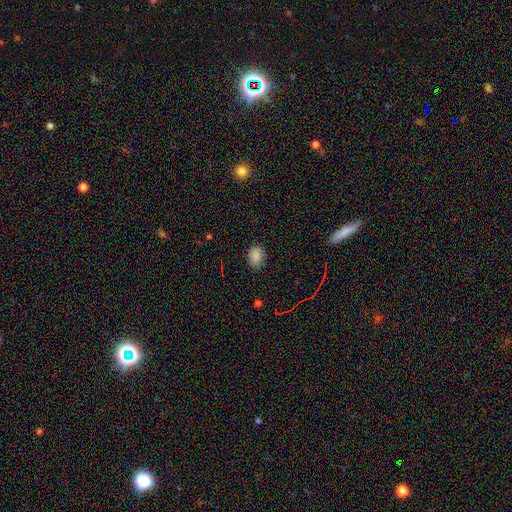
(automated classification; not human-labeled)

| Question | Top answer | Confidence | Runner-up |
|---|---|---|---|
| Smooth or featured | smooth | 85% | star or artifact (11%) |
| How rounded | in between | 65% | round (34%) |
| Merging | none | 84% | minor disturbance (12%) |